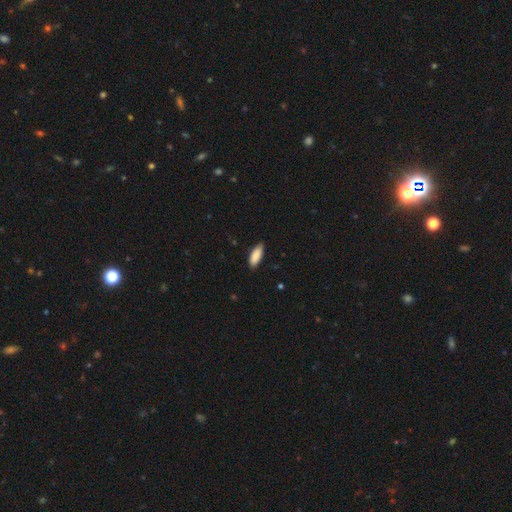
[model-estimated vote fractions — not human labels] smooth-or-featured: smooth: 89% | star or artifact: 6% | featured or disk: 5%
  how-rounded: in between: 78% | cigar-shaped: 21% | round: 2%
  merging: none: 81% | minor disturbance: 16% | major disturbance: 2% | merger: 1%